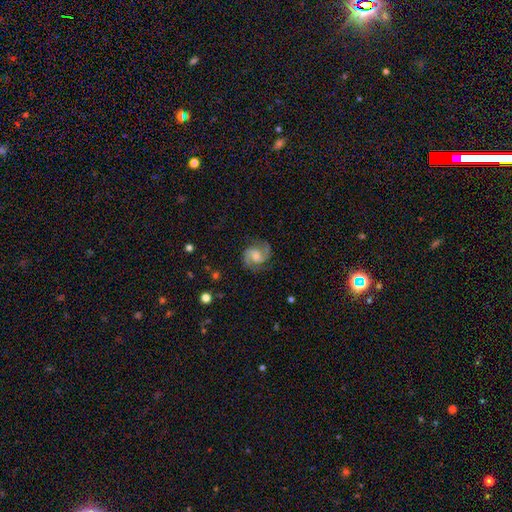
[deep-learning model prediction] Smooth or featured: featured or disk — 86% (smooth — 8%)
Edge-on disk: no — 98% (yes — 2%)
Bar: no — 47% (weak — 44%)
Spiral arms: yes — 98% (no — 2%)
Spiral winding: medium — 59% (tight — 22%)
Spiral arm count: 2 — 92% (can't tell — 2%)
Bulge size: moderate — 45% (small — 33%)
Merging: none — 81% (minor disturbance — 13%)